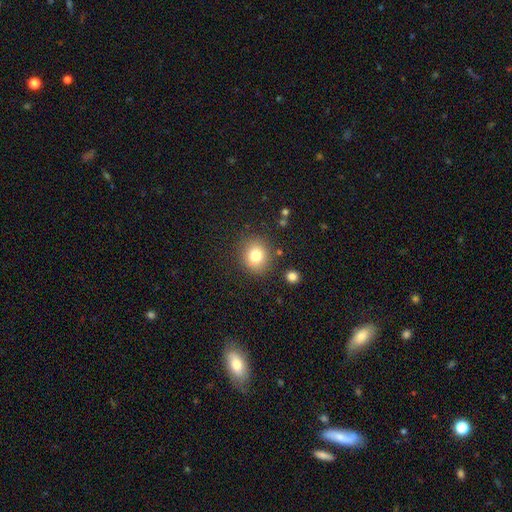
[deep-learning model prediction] Smooth or featured? Predicted: smooth (p=0.80). How rounded? Predicted: round (p=0.77). Merging? Predicted: none (p=0.84).